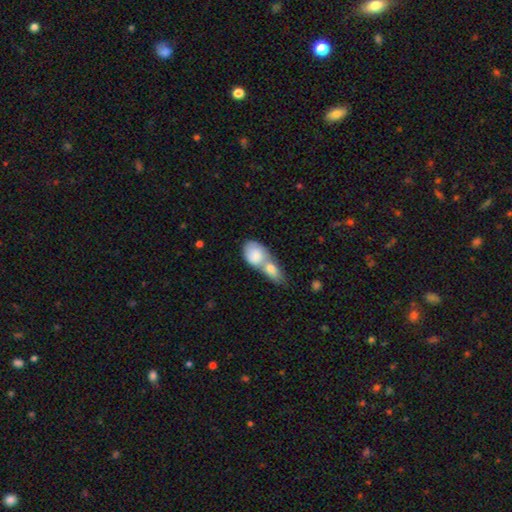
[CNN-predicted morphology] A smooth galaxy with no disk features (78%) that is in between round and cigar-shaped (81%). Merging: merger (78%).